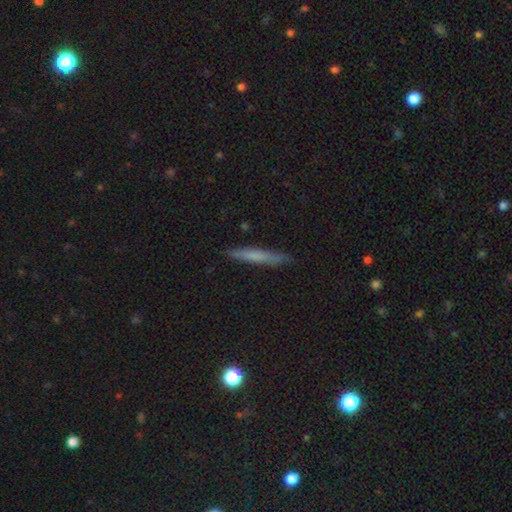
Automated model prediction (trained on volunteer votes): Smooth or featured?
  - smooth: 63% *
  - featured or disk: 29%
  - star or artifact: 8%
How rounded?
  - cigar-shaped: 95% *
  - in between: 4%
  - round: 2%
Merging?
  - none: 89% *
  - minor disturbance: 8%
  - major disturbance: 2%
  - merger: 1%